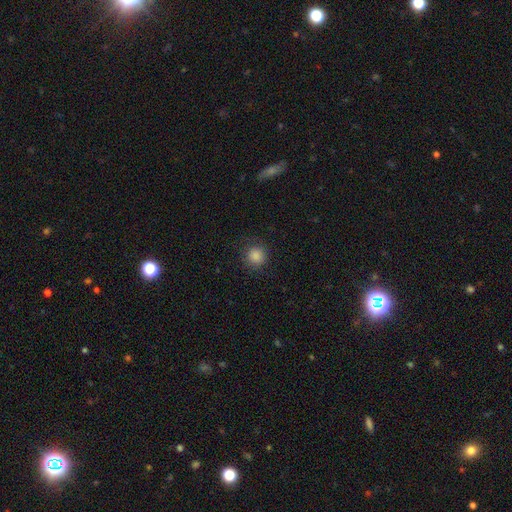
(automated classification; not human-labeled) Overall: smooth (86%). How rounded: round (93%). Merging: none (86%).